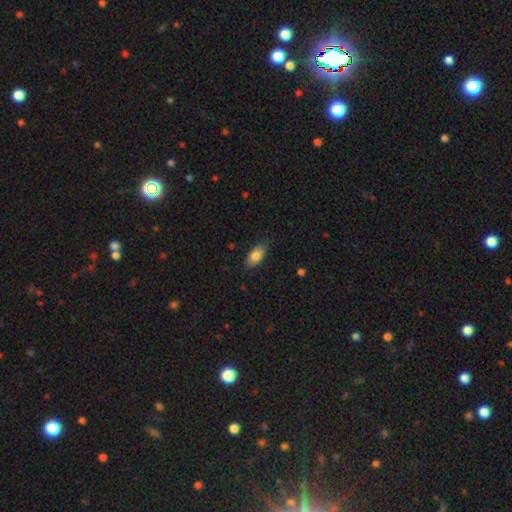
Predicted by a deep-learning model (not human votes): This is clearly a smooth galaxy (82%). How rounded: clearly in between (90%). Merging: clearly none (84%).